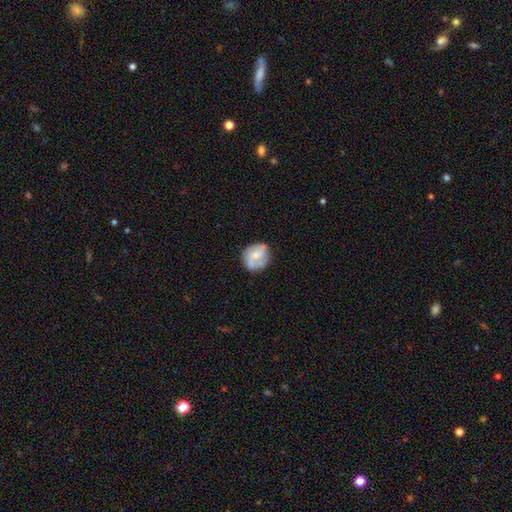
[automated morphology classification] The model was most divided on "smooth or featured": featured or disk: 50%, smooth: 43%, star or artifact: 7%. More confident: edge-on disk — no (98%); merging — none (64%).